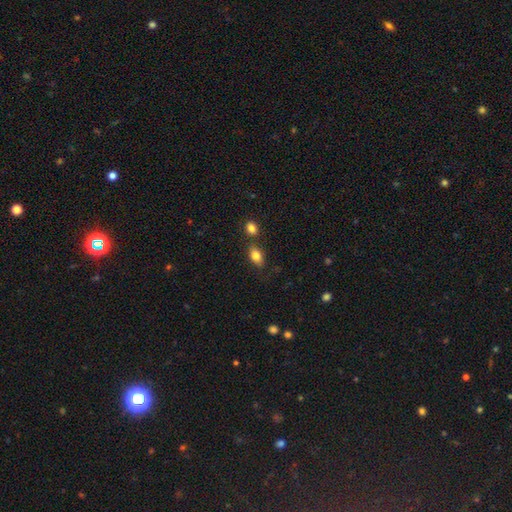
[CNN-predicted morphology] A smooth galaxy with no disk features (81%) that is in between round and cigar-shaped (85%).

Vote fractions:
- Smooth or featured? smooth: 81% / featured or disk: 11% / star or artifact: 8%
- How rounded? in between: 85% / round: 11% / cigar-shaped: 4%
- Merging? none: 71% / merger: 13% / minor disturbance: 13% / major disturbance: 3%